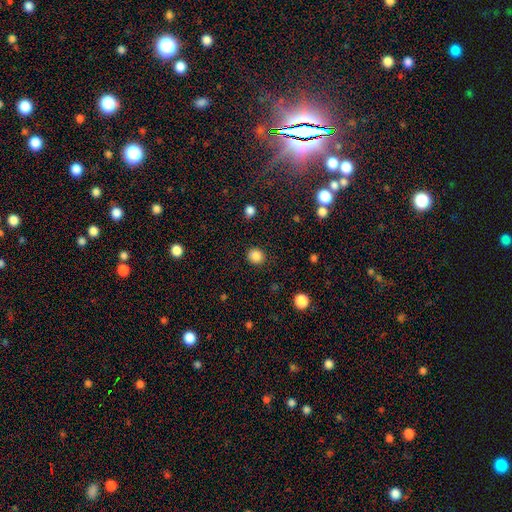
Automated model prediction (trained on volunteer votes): Morphology: type=smooth (86%); roundness=round (84%); merging=none (89%).